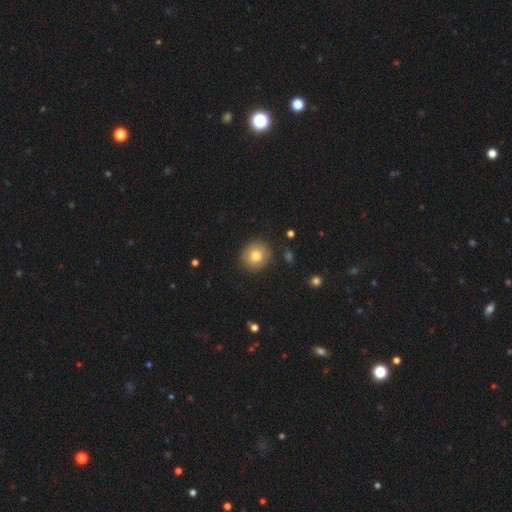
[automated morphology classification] A smooth galaxy with no disk features (79%) that is round (88%).

Vote fractions:
- Smooth or featured? smooth: 79% / featured or disk: 11% / star or artifact: 10%
- How rounded? round: 88% / in between: 11% / cigar-shaped: 1%
- Merging? none: 89% / minor disturbance: 7% / major disturbance: 2% / merger: 2%